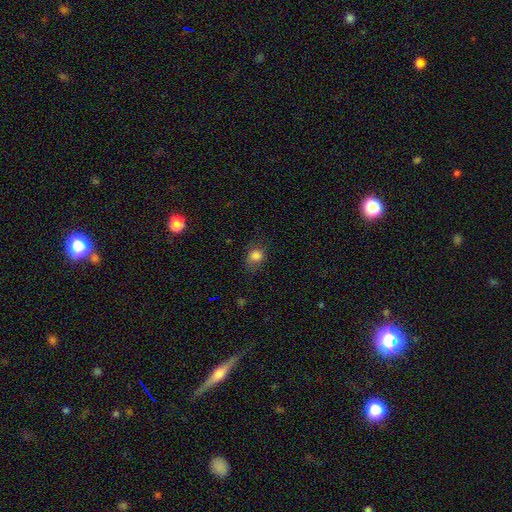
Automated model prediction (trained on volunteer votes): A smooth galaxy with no disk features (81%) that is round (62%). Merging: none (64%).